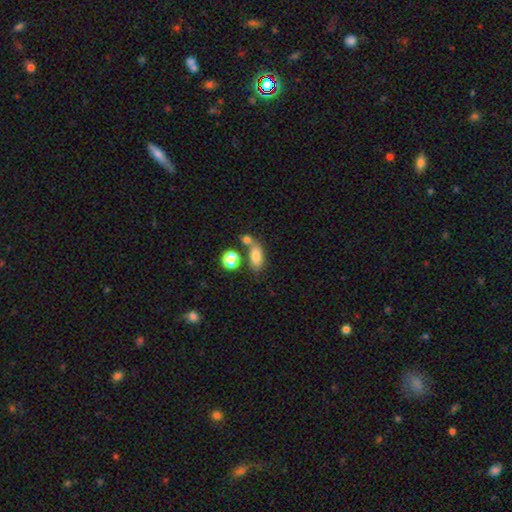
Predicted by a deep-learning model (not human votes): smooth-or-featured: smooth: 78% | star or artifact: 11% | featured or disk: 11%
  how-rounded: in between: 80% | round: 12% | cigar-shaped: 8%
  merging: none: 51% | merger: 29% | minor disturbance: 13% | major disturbance: 6%